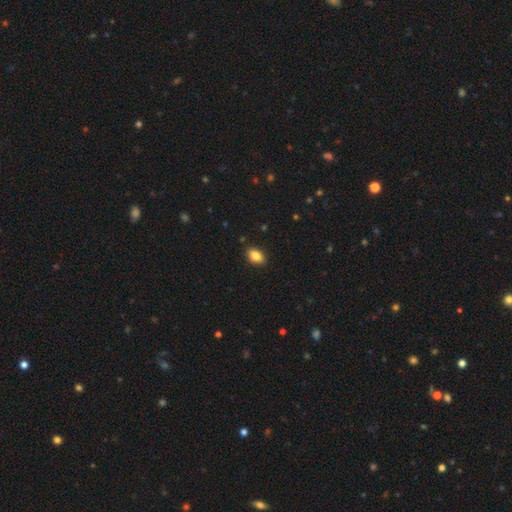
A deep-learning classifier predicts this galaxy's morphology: Smooth or featured? smooth (85%)
How rounded? in between (87%)
Merging? none (87%)